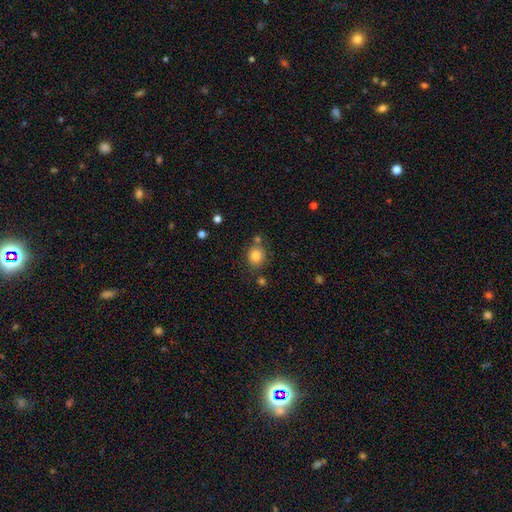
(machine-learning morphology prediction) Smooth or featured: smooth — 82% (star or artifact — 10%)
How rounded: round — 77% (in between — 22%)
Merging: none — 72% (minor disturbance — 13%)